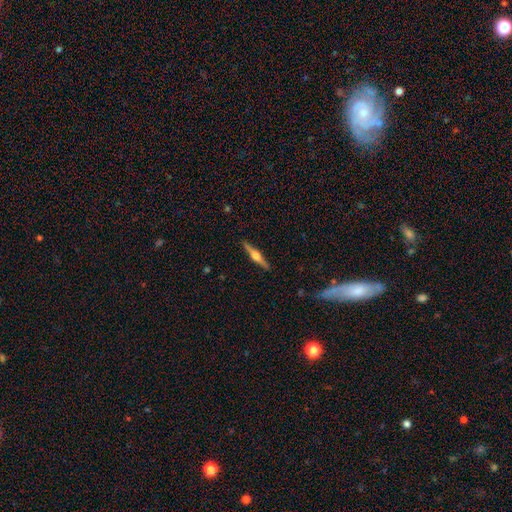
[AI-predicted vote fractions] Q: Smooth or featured?
A: featured or disk (74%); runner-up: smooth (21%)
Q: Edge-on disk?
A: yes (98%); runner-up: no (2%)
Q: Edge-on bulge?
A: rounded (93%); runner-up: boxy (5%)
Q: Merging?
A: none (90%); runner-up: minor disturbance (7%)